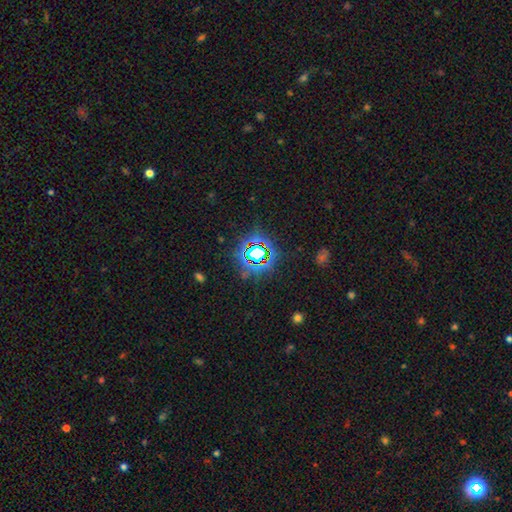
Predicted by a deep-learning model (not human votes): Smooth or featured? star or artifact (76%)